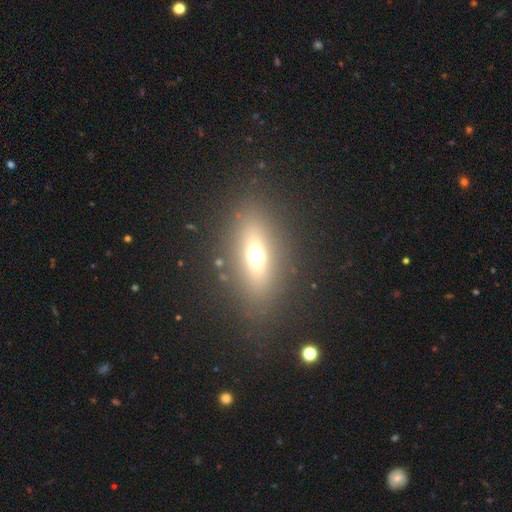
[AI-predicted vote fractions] Smooth or featured?
  - smooth: 55% *
  - featured or disk: 30%
  - star or artifact: 15%
How rounded?
  - in between: 67% *
  - cigar-shaped: 21%
  - round: 12%
Merging?
  - none: 84% *
  - minor disturbance: 9%
  - major disturbance: 5%
  - merger: 2%